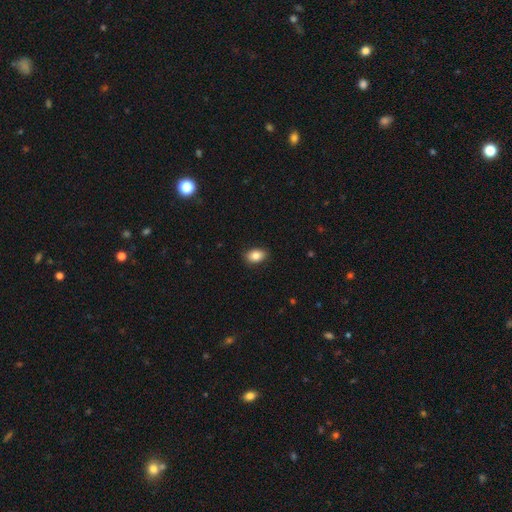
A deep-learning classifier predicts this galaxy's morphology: Overall: smooth (85%). How rounded: in between (83%). Merging: none (88%).